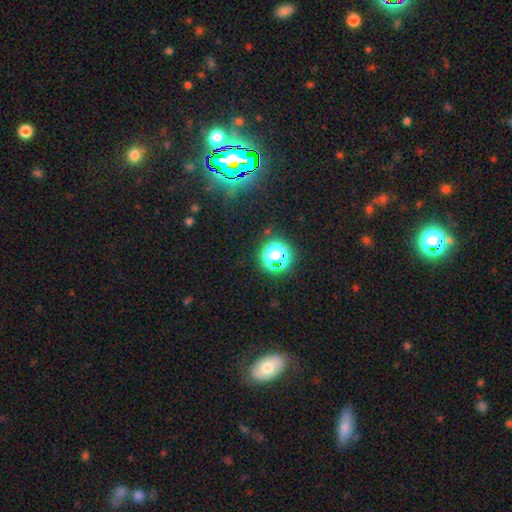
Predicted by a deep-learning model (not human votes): A star or artifact, not a galaxy (71%).